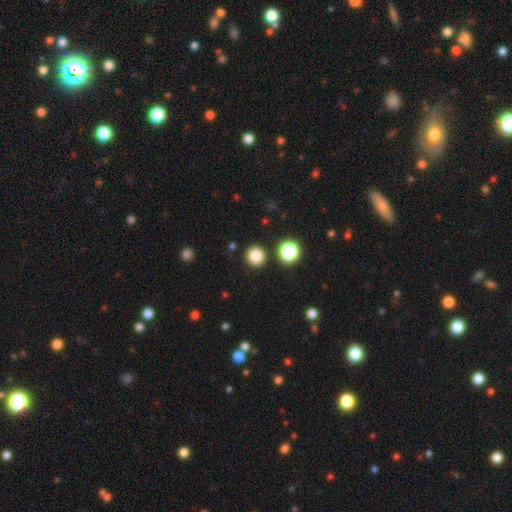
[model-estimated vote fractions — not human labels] Q: Smooth or featured?
A: smooth (83%); runner-up: star or artifact (12%)
Q: How rounded?
A: round (94%); runner-up: in between (5%)
Q: Merging?
A: none (89%); runner-up: minor disturbance (5%)